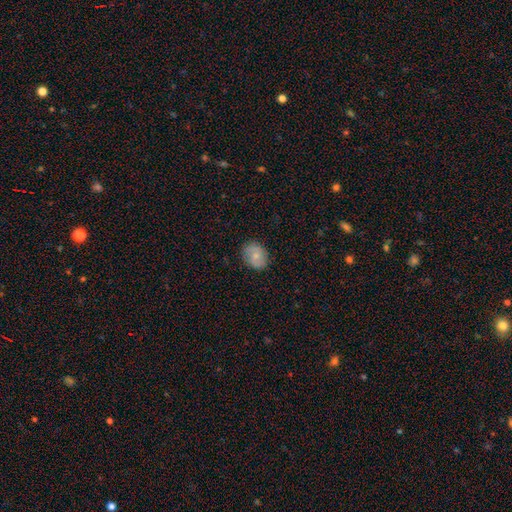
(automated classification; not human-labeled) This is likely a smooth galaxy (71%). How rounded: possibly in between (52%). Merging: clearly none (84%).